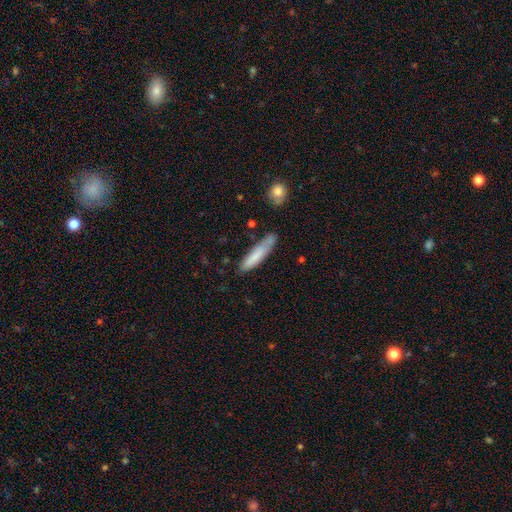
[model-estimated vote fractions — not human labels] This is likely a smooth galaxy (77%). How rounded: clearly cigar-shaped (83%). Merging: likely none (66%).